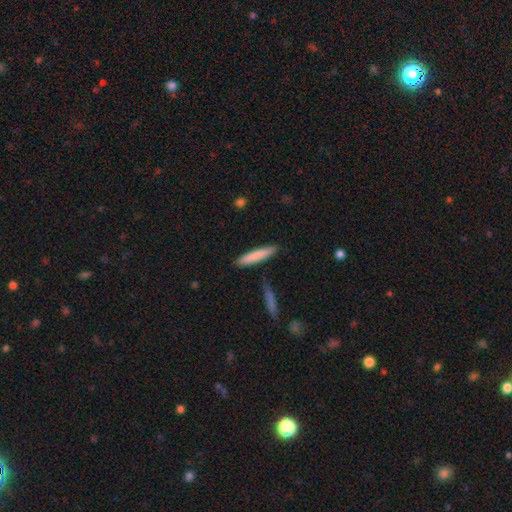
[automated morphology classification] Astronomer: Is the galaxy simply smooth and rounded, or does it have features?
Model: smooth — 80%.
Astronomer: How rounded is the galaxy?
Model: cigar-shaped — 88%.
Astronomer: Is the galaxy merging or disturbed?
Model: none — 86%.